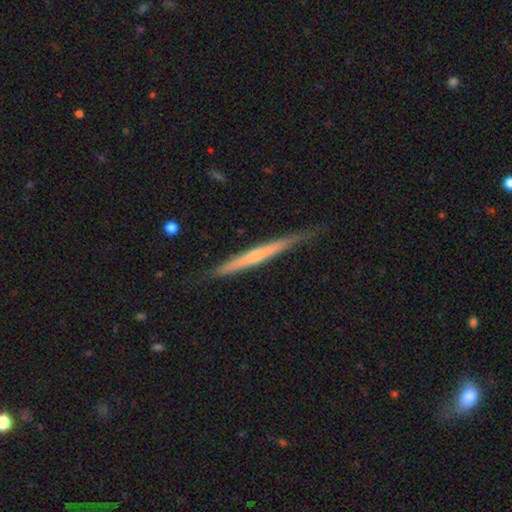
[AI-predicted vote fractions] Q: Smooth or featured?
A: featured or disk (56%); runner-up: smooth (39%)
Q: Edge-on disk?
A: yes (97%); runner-up: no (3%)
Q: Edge-on bulge?
A: none (62%); runner-up: rounded (32%)
Q: Merging?
A: none (80%); runner-up: minor disturbance (16%)